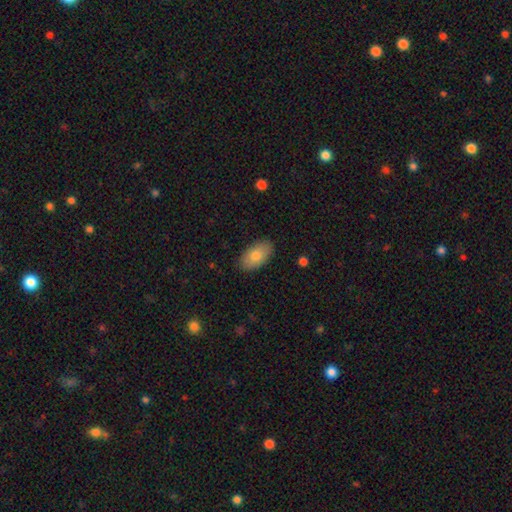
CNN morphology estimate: Smooth or featured: smooth — 78% (featured or disk — 16%)
How rounded: in between — 94% (round — 4%)
Merging: none — 87% (minor disturbance — 10%)